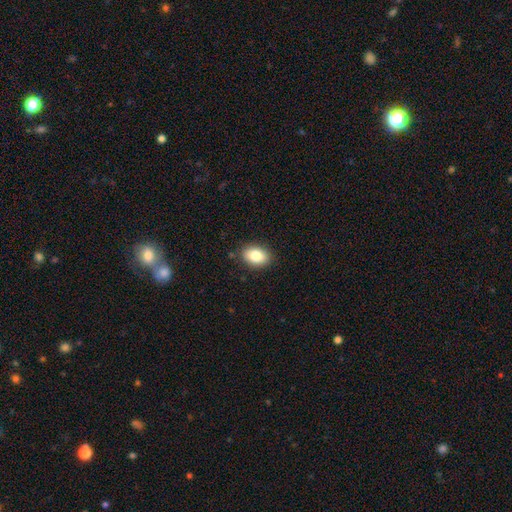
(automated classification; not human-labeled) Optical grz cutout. It shows a smooth galaxy with no disk features (83%) that is in between round and cigar-shaped (82%). Merging: none (88%).